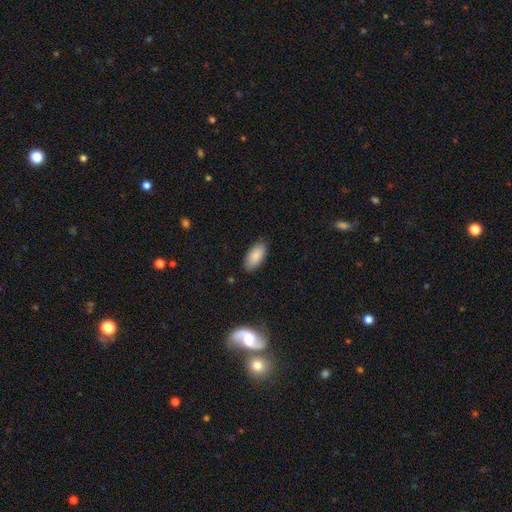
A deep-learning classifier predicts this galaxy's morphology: Smooth or featured? smooth (87%)
How rounded? in between (93%)
Merging? none (85%)